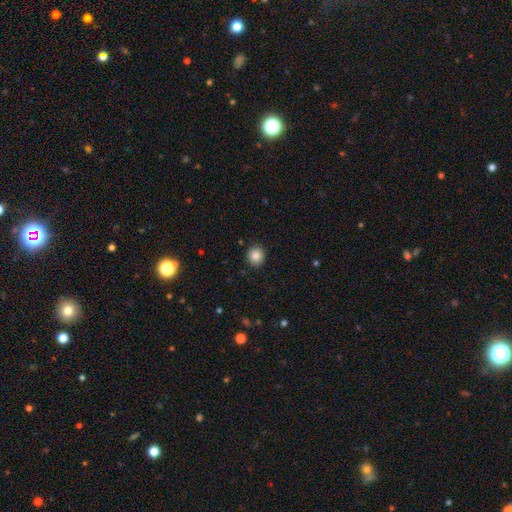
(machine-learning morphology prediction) Smooth or featured? smooth (86%)
How rounded? round (90%)
Merging? none (91%)